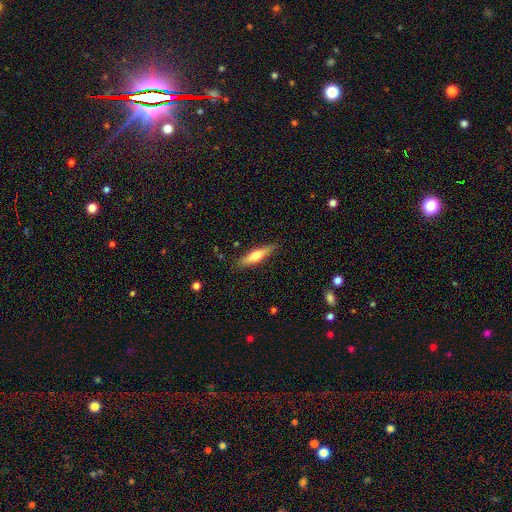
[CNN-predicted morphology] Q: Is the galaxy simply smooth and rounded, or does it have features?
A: smooth — 55%.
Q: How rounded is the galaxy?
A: cigar-shaped — 76%.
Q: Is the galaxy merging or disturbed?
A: none — 85%.